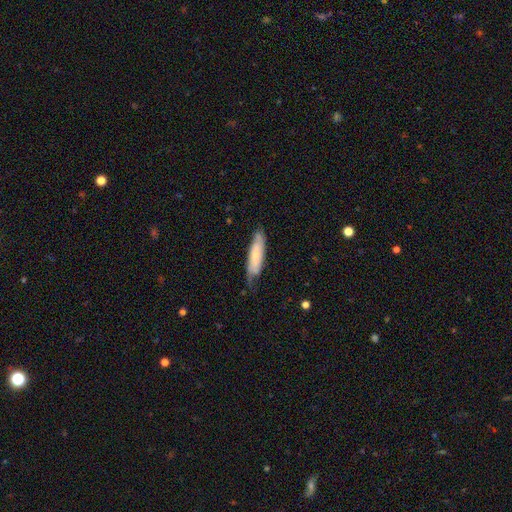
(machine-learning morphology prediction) smooth_or_featured: smooth (p=0.57) [alt: featured or disk p=0.37]
how_rounded: cigar-shaped (p=0.67) [alt: in between p=0.31]
merging: none (p=0.62) [alt: minor disturbance p=0.28]